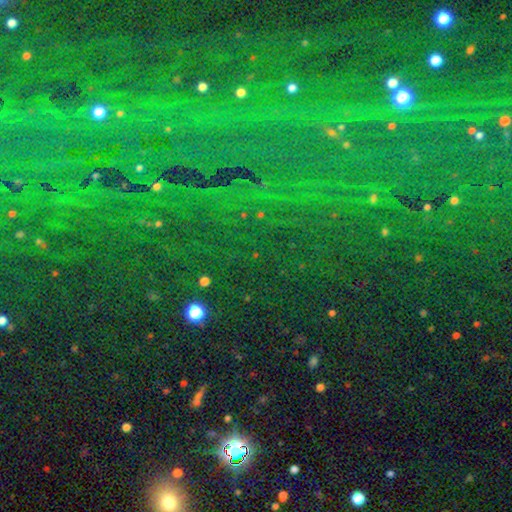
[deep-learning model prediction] star or artifact 74%, smooth 17%, featured or disk 9%.